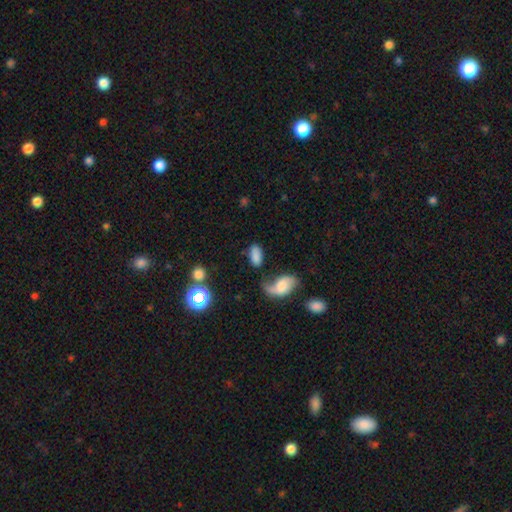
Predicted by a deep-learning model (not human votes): The model was most divided on "merging": none: 52%, minor disturbance: 19%, merger: 17%, major disturbance: 12%. More confident: how rounded — in between (92%); smooth or featured — smooth (77%).